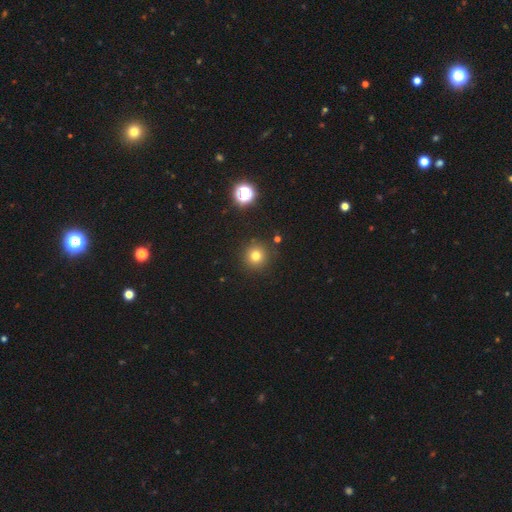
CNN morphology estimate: Smooth or featured? Predicted: smooth (p=0.77). How rounded? Predicted: round (p=0.95). Merging? Predicted: none (p=0.89).